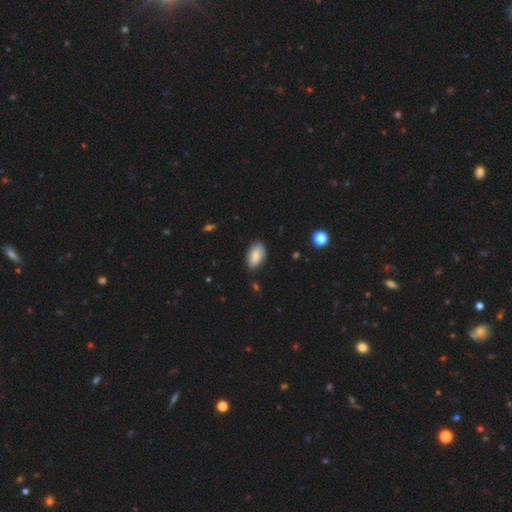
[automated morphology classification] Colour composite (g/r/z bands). It shows a smooth galaxy with no disk features (86%) that is in between round and cigar-shaped (94%). Merging: none (79%).